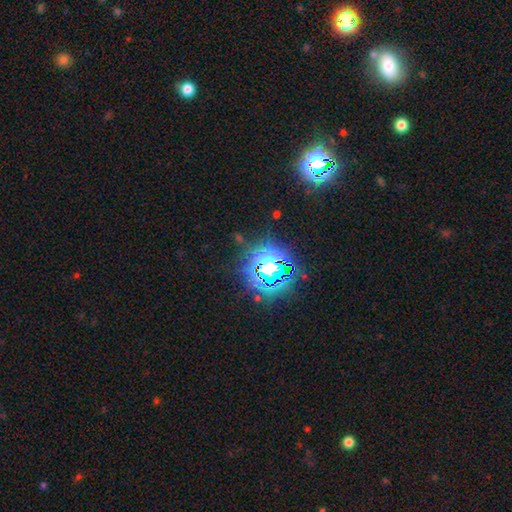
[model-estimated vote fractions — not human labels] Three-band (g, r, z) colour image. It shows a star or artifact, not a galaxy (80%).